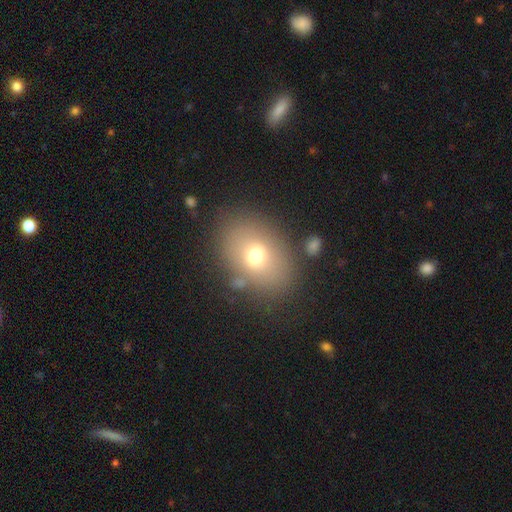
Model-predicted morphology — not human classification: The model was most divided on "how rounded": in between: 72%, round: 27%, cigar-shaped: 1%. More confident: merging — none (76%); smooth or featured — smooth (68%).